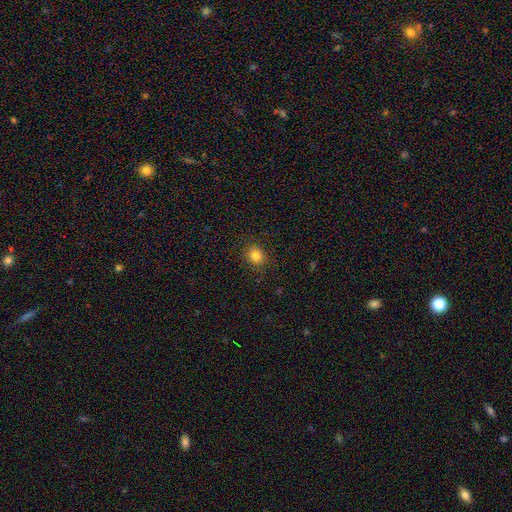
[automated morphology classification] The model was most divided on "how rounded": round: 70%, in between: 30%, cigar-shaped: 1%. More confident: merging — none (87%); smooth or featured — smooth (83%).